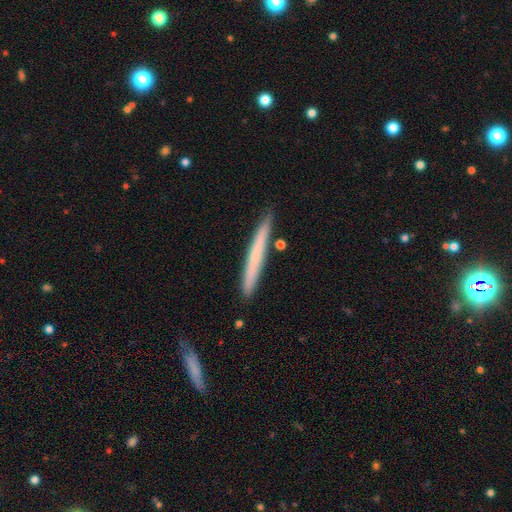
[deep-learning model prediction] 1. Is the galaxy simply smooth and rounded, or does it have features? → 54% smooth, 39% featured or disk, 7% star or artifact.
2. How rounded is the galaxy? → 97% cigar-shaped, 2% in between, 1% round.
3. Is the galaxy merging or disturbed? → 89% none, 8% minor disturbance, 2% merger, 1% major disturbance.